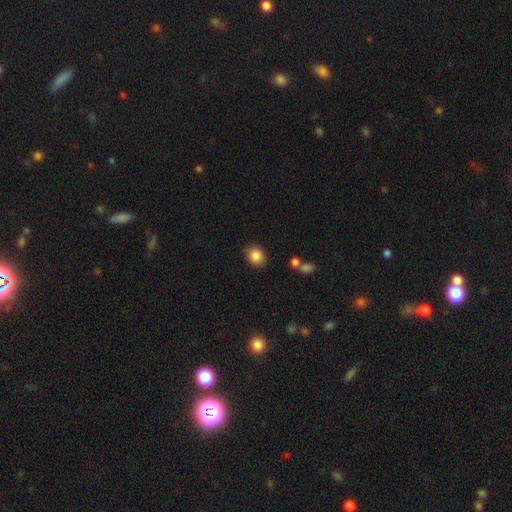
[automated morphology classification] A smooth galaxy with no disk features (86%) that is round (69%). Merging: none (82%).